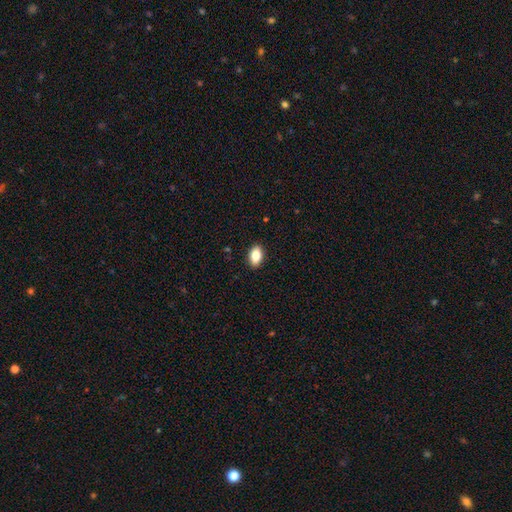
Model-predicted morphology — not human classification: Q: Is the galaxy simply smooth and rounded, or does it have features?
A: smooth — 83%.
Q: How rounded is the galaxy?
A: in between — 90%.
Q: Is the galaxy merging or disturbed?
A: none — 91%.